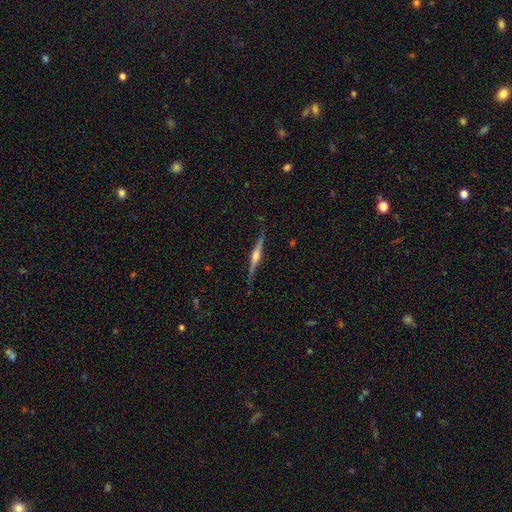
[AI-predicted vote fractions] A featured or disk galaxy (78%) viewed edge-on (98%) with a rounded central bulge (82%).

Vote fractions:
- Smooth or featured? featured or disk: 78% / smooth: 16% / star or artifact: 6%
- Edge-on disk? yes: 98% / no: 2%
- Edge-on bulge? rounded: 82% / boxy: 13% / none: 5%
- Merging? none: 87% / minor disturbance: 10% / major disturbance: 2% / merger: 1%